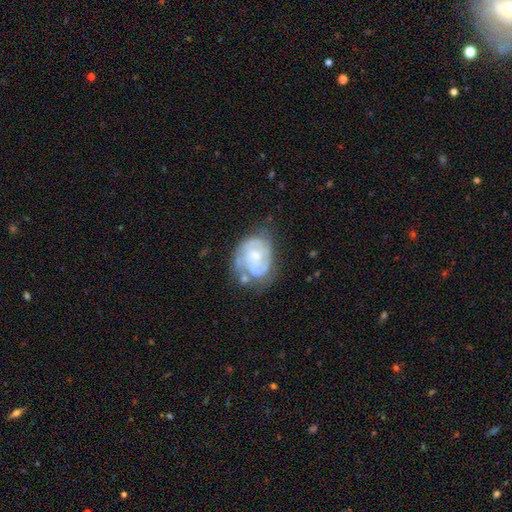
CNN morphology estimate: Q: Smooth or featured?
A: featured or disk (80%); runner-up: smooth (14%)
Q: Edge-on disk?
A: no (98%); runner-up: yes (2%)
Q: Bar?
A: no (65%); runner-up: weak (29%)
Q: Spiral arms?
A: yes (86%); runner-up: no (14%)
Q: Spiral winding?
A: tight (58%); runner-up: medium (32%)
Q: Spiral arm count?
A: 2 (35%); runner-up: can't tell (32%)
Q: Bulge size?
A: small (56%); runner-up: moderate (40%)
Q: Merging?
A: none (50%); runner-up: minor disturbance (27%)